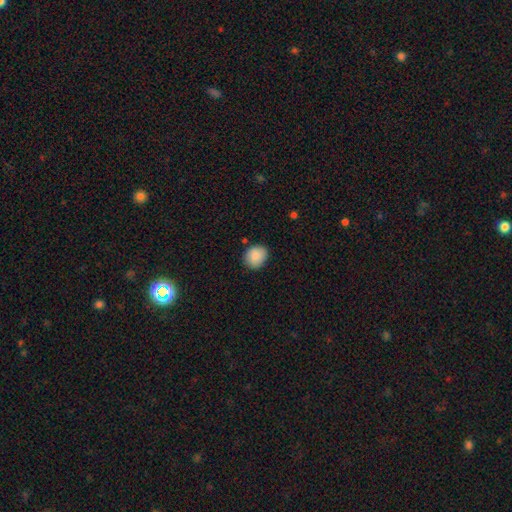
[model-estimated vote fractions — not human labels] Smooth or featured?
  - smooth: 89% *
  - star or artifact: 7%
  - featured or disk: 4%
How rounded?
  - round: 69% *
  - in between: 30%
  - cigar-shaped: 1%
Merging?
  - none: 82% *
  - minor disturbance: 13%
  - major disturbance: 3%
  - merger: 2%